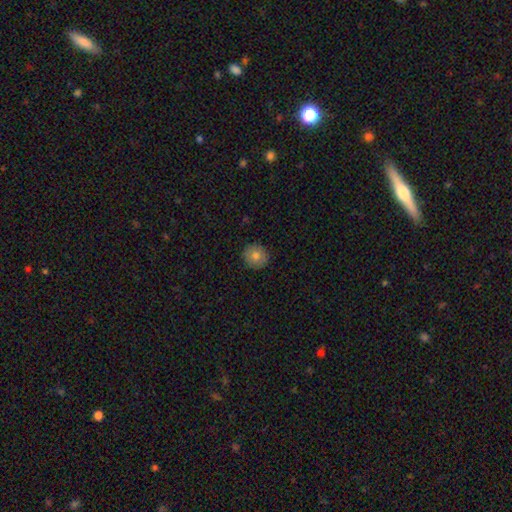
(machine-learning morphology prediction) smooth-or-featured: smooth: 79% | featured or disk: 12% | star or artifact: 9%
  how-rounded: round: 88% | in between: 11% | cigar-shaped: 1%
  merging: none: 90% | minor disturbance: 7% | major disturbance: 2% | merger: 1%